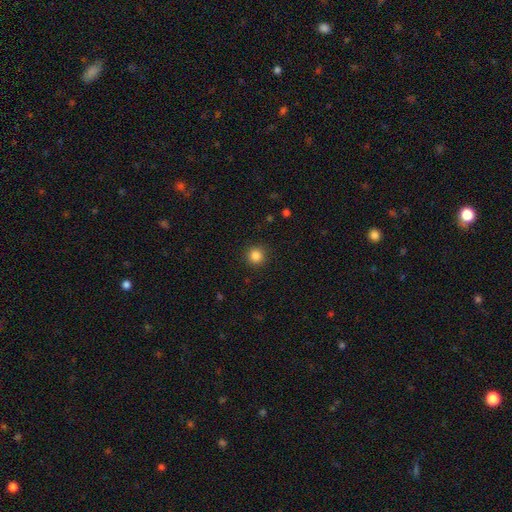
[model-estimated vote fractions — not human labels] smooth_or_featured: smooth (p=0.85) [alt: star or artifact p=0.12]
how_rounded: round (p=0.94) [alt: in between p=0.05]
merging: none (p=0.91) [alt: minor disturbance p=0.06]